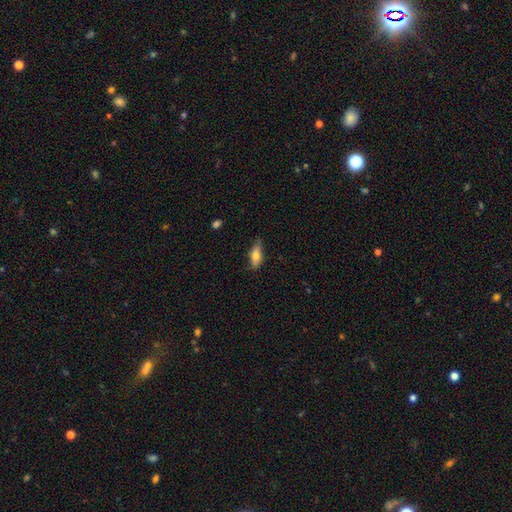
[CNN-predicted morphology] Smooth or featured: smooth — 69% (featured or disk — 24%)
How rounded: in between — 63% (cigar-shaped — 35%)
Merging: none — 73% (minor disturbance — 22%)